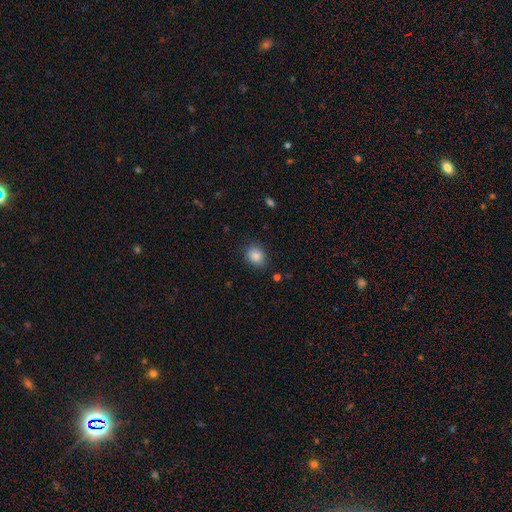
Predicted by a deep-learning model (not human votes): A smooth galaxy with no disk features (87%) that is round (63%). Merging: none (80%).